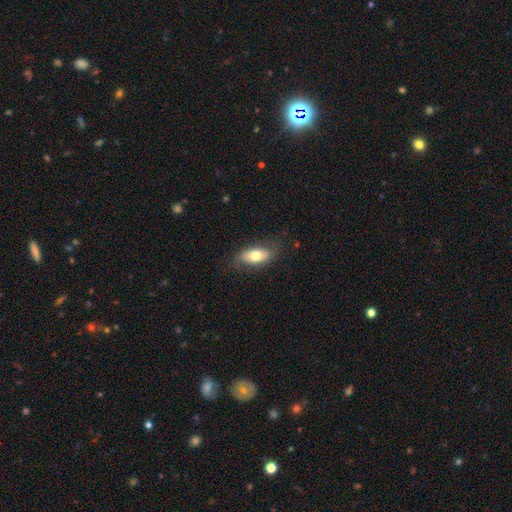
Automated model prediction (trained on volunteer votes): Smooth or featured? Predicted: smooth (p=0.66). How rounded? Predicted: in between (p=0.85). Merging? Predicted: none (p=0.74).